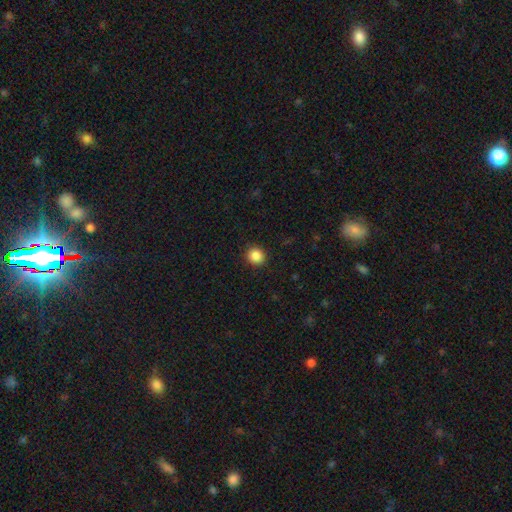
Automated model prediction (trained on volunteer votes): smooth 86%, star or artifact 10%, featured or disk 3%. Down the decision tree: how rounded — round (89%); merging — none (92%).